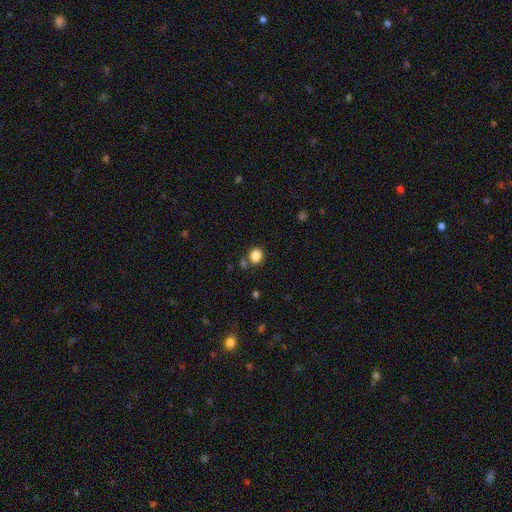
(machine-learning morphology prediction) smooth_or_featured: smooth (p=0.85) [alt: star or artifact p=0.11]
how_rounded: round (p=0.74) [alt: in between p=0.25]
merging: none (p=0.77) [alt: minor disturbance p=0.10]